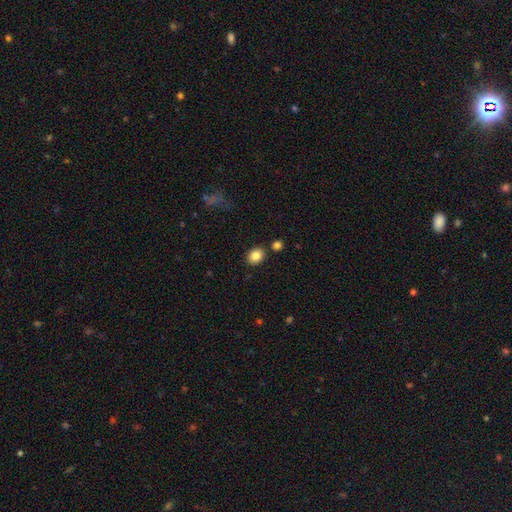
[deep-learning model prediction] smooth_or_featured: smooth (p=0.85) [alt: star or artifact p=0.09]
how_rounded: in between (p=0.54) [alt: round p=0.45]
merging: none (p=0.83) [alt: minor disturbance p=0.09]